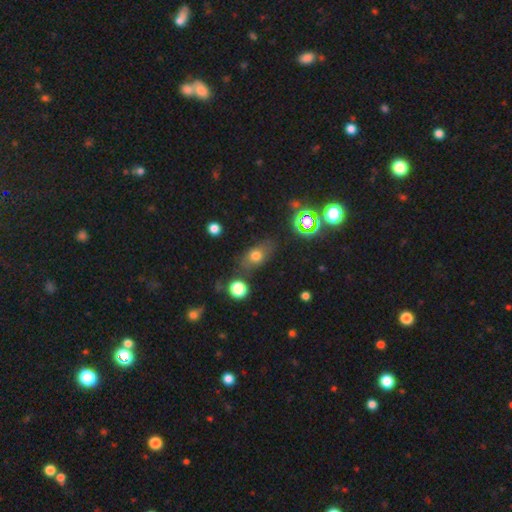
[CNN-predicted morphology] Overall: smooth (65%). How rounded: in between (69%). Merging: none (71%).